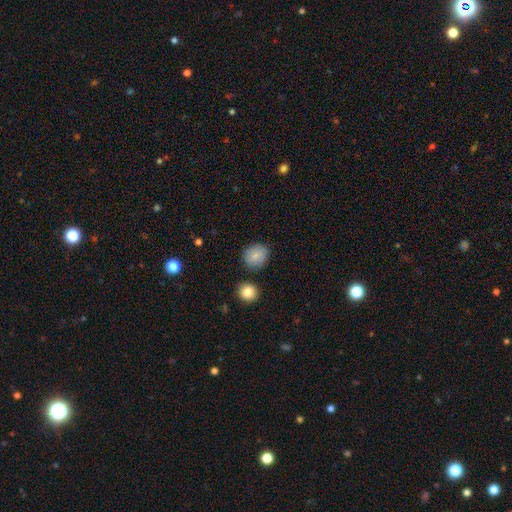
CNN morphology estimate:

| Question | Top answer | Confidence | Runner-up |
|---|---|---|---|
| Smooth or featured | smooth | 85% | star or artifact (8%) |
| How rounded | round | 71% | in between (28%) |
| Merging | none | 82% | minor disturbance (11%) |